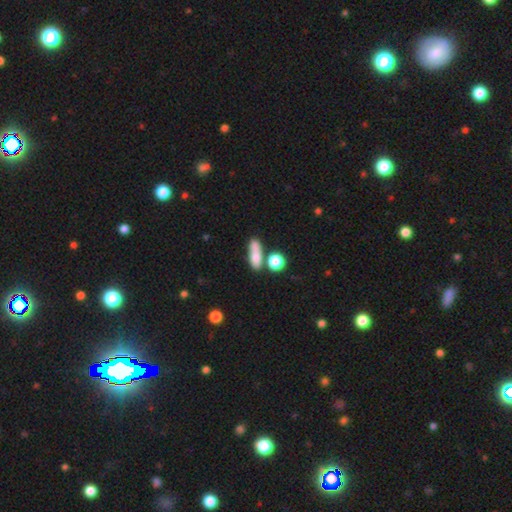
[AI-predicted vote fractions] Morphology: type=smooth (74%); roundness=in between (46%); merging=none (50%).